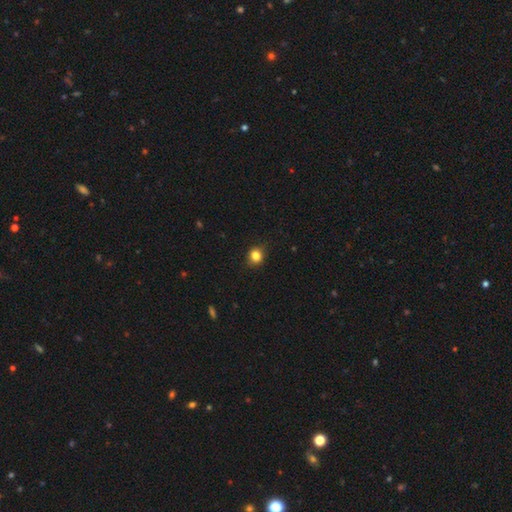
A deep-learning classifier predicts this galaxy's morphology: A smooth galaxy with no disk features (82%) that is round (80%).

Vote fractions:
- Smooth or featured? smooth: 82% / star or artifact: 12% / featured or disk: 6%
- How rounded? round: 80% / in between: 19% / cigar-shaped: 1%
- Merging? none: 86% / minor disturbance: 10% / major disturbance: 2% / merger: 1%